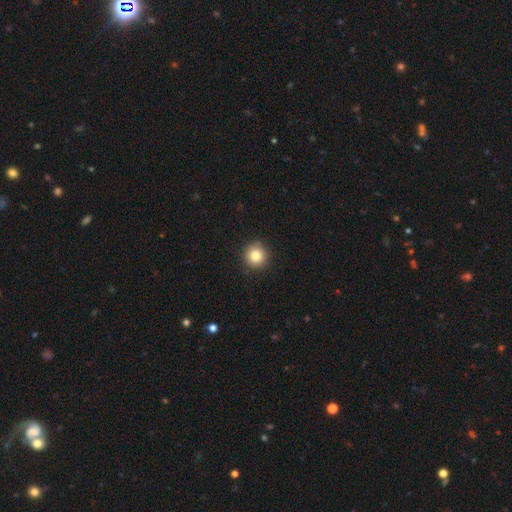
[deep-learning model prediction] The model was most divided on "smooth or featured": smooth: 82%, star or artifact: 11%, featured or disk: 8%. More confident: how rounded — round (95%); merging — none (90%).